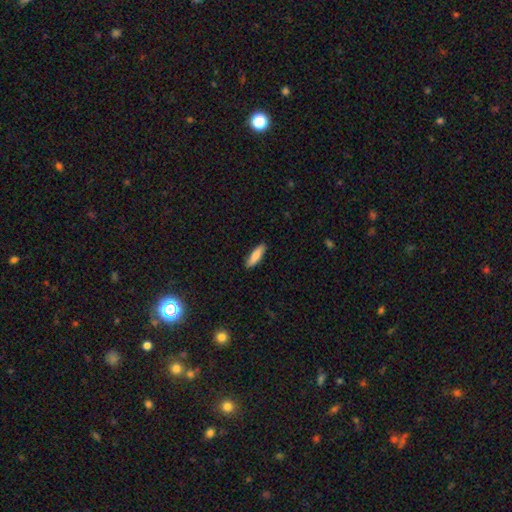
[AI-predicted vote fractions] A smooth galaxy with no disk features (80%) that is cigar-shaped (58%).

Vote fractions:
- Smooth or featured? smooth: 80% / featured or disk: 15% / star or artifact: 6%
- How rounded? cigar-shaped: 58% / in between: 40% / round: 2%
- Merging? none: 87% / minor disturbance: 10% / major disturbance: 2% / merger: 1%